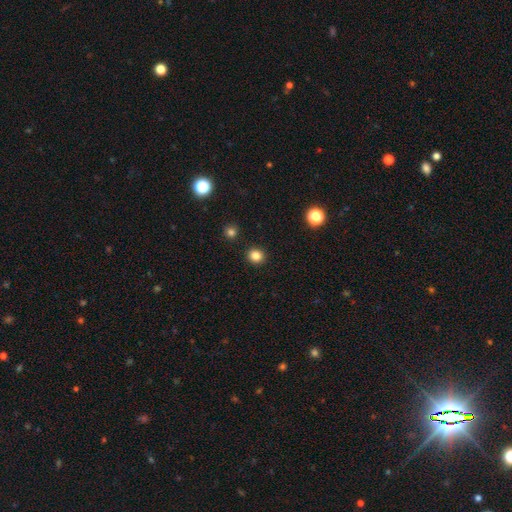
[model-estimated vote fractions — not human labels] smooth_or_featured: smooth (p=0.83) [alt: star or artifact p=0.12]
how_rounded: round (p=0.88) [alt: in between p=0.11]
merging: none (p=0.91) [alt: minor disturbance p=0.05]